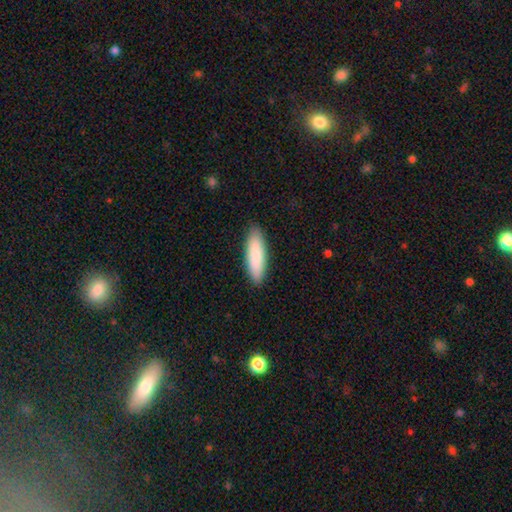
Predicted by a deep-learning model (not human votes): This appears to be a smooth galaxy with no disk features (86%) that is cigar-shaped (60%). Merging: none (89%).